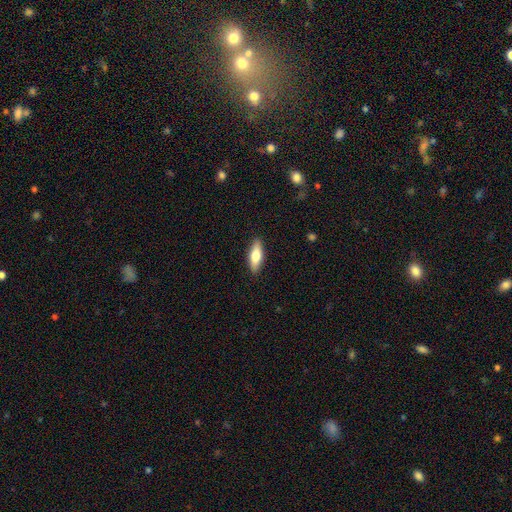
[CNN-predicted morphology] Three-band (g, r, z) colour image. It shows a smooth galaxy with no disk features (67%) that is in between round and cigar-shaped (56%). Merging: none (89%).